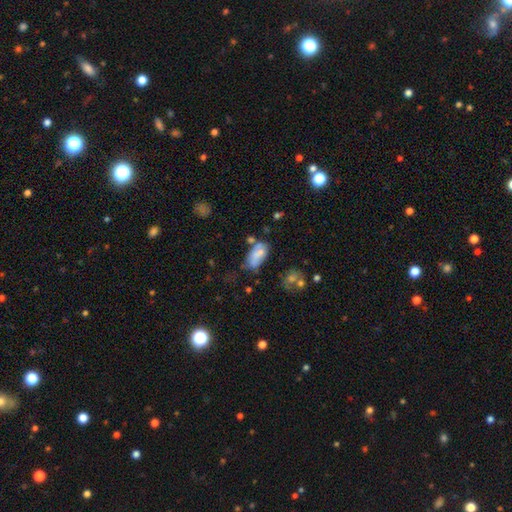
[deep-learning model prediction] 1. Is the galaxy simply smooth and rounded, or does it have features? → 69% smooth, 22% featured or disk, 9% star or artifact.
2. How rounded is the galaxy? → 91% in between, 5% round, 4% cigar-shaped.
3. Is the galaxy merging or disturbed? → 35% none, 28% minor disturbance, 19% merger, 17% major disturbance.